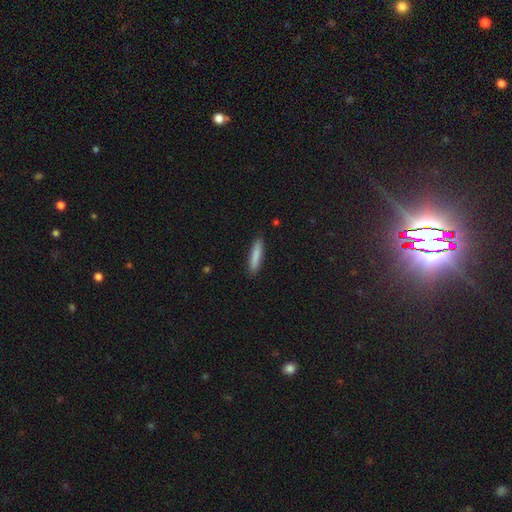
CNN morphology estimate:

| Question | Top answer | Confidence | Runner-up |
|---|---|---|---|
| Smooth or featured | smooth | 85% | featured or disk (9%) |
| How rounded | cigar-shaped | 83% | in between (15%) |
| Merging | none | 89% | minor disturbance (8%) |